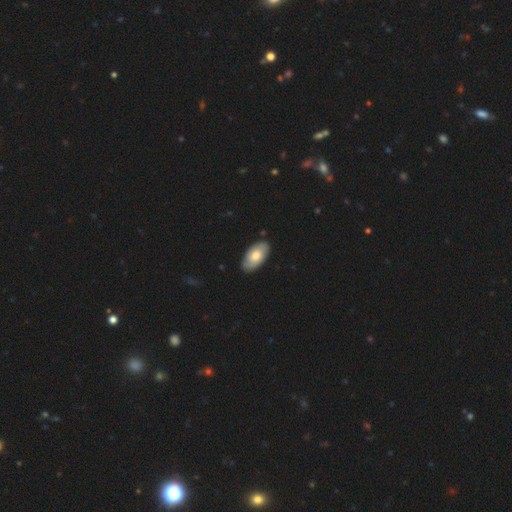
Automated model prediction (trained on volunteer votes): Morphology: type=smooth (67%); roundness=in between (95%); merging=none (86%).